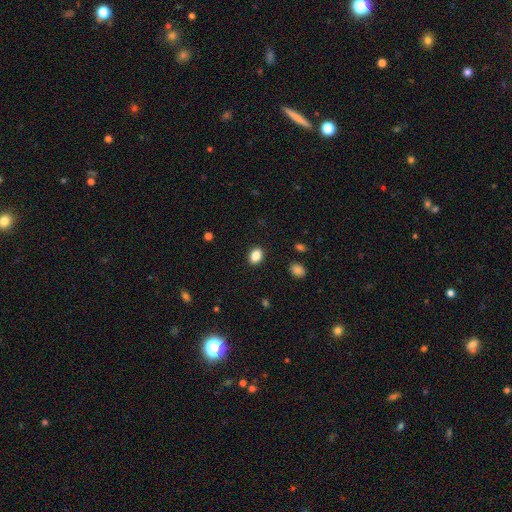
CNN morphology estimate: Smooth or featured: smooth — 86% (star or artifact — 9%)
How rounded: in between — 69% (round — 30%)
Merging: none — 89% (minor disturbance — 7%)